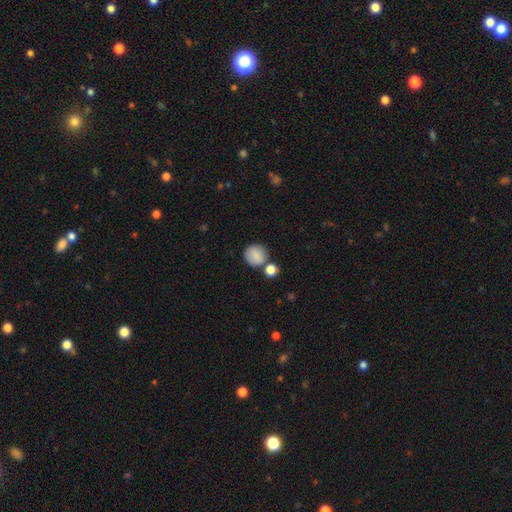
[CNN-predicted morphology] This is clearly a smooth galaxy (84%). How rounded: clearly round (85%). Merging: likely none (67%).